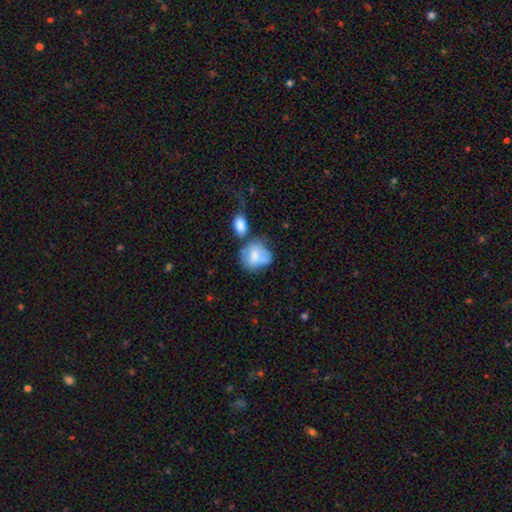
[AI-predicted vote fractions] A smooth galaxy with no disk features (65%) that is round (53%).

Vote fractions:
- Smooth or featured? smooth: 65% / featured or disk: 27% / star or artifact: 8%
- How rounded? round: 53% / in between: 46% / cigar-shaped: 1%
- Merging? none: 31% / merger: 28% / minor disturbance: 23% / major disturbance: 17%